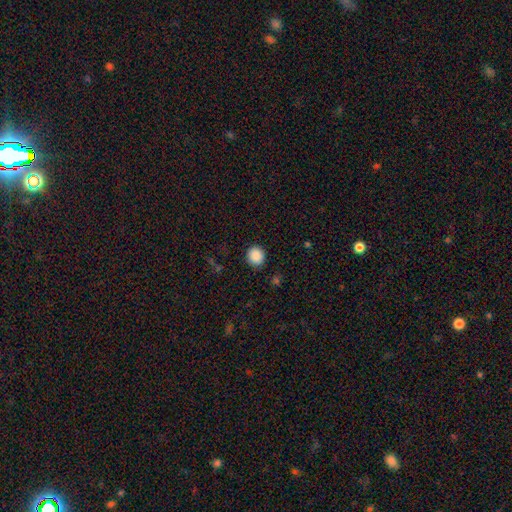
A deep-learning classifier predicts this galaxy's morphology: smooth 88%, star or artifact 9%, featured or disk 3%. Down the decision tree: how rounded — round (83%); merging — none (90%).